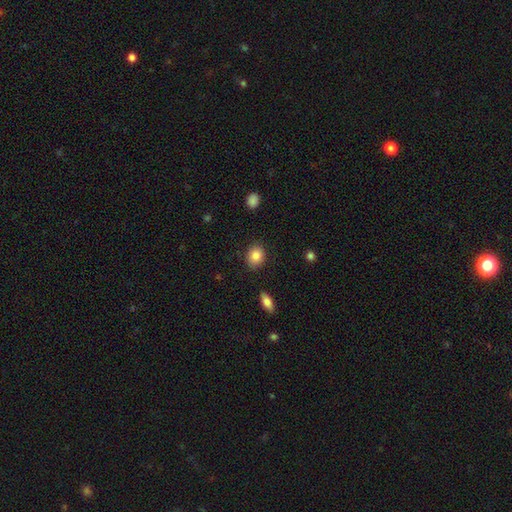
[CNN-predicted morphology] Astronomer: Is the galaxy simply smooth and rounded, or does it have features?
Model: smooth — 85%.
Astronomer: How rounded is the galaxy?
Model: in between — 50% (runner-up: round, 49%).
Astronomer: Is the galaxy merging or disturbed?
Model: none — 86%.